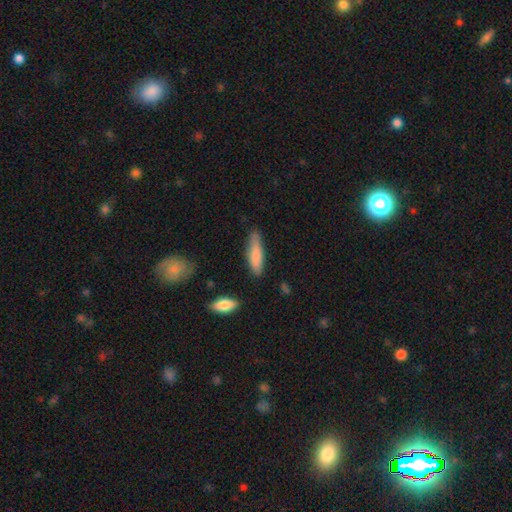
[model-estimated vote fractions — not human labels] The model was most divided on "how rounded": cigar-shaped: 67%, in between: 31%, round: 2%. More confident: smooth or featured — smooth (81%); merging — none (74%).